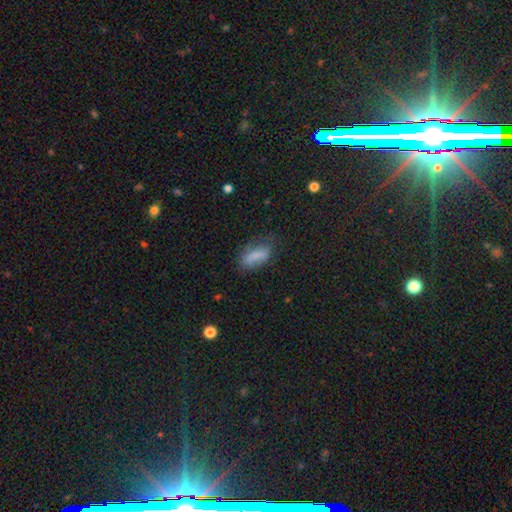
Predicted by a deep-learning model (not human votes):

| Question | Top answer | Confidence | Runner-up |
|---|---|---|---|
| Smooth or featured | smooth | 75% | featured or disk (16%) |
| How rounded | in between | 82% | cigar-shaped (14%) |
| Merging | none | 57% | minor disturbance (27%) |